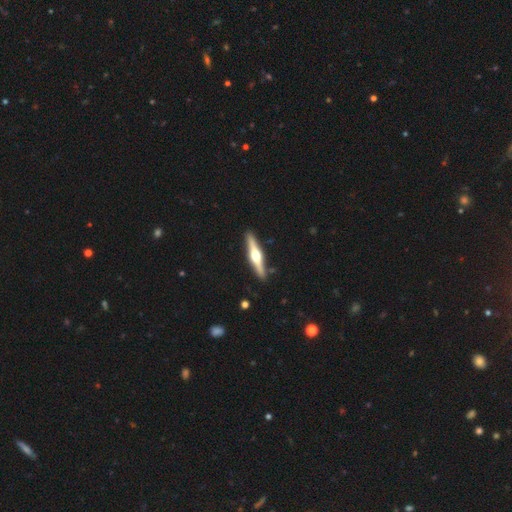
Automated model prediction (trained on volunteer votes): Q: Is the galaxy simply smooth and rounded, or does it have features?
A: featured or disk — 75%.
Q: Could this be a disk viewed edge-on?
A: yes — 98%.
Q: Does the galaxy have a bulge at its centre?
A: rounded — 95%.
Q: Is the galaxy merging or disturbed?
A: none — 91%.